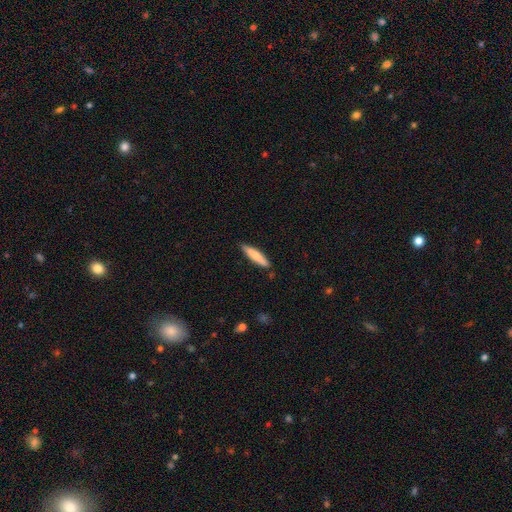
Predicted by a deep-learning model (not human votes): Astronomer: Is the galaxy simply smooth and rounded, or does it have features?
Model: smooth — 73%.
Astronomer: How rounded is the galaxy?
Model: cigar-shaped — 83%.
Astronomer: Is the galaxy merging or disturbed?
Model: none — 87%.